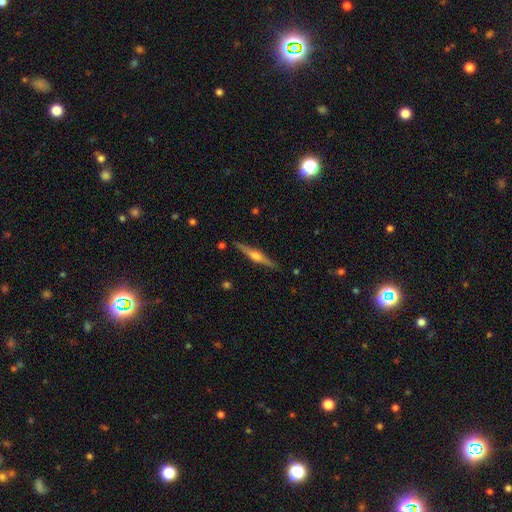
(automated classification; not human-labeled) A featured or disk galaxy (76%) viewed edge-on (98%) with a rounded central bulge (84%).

Vote fractions:
- Smooth or featured? featured or disk: 76% / smooth: 18% / star or artifact: 6%
- Edge-on disk? yes: 98% / no: 2%
- Edge-on bulge? rounded: 84% / boxy: 12% / none: 4%
- Merging? none: 89% / minor disturbance: 8% / major disturbance: 2% / merger: 2%